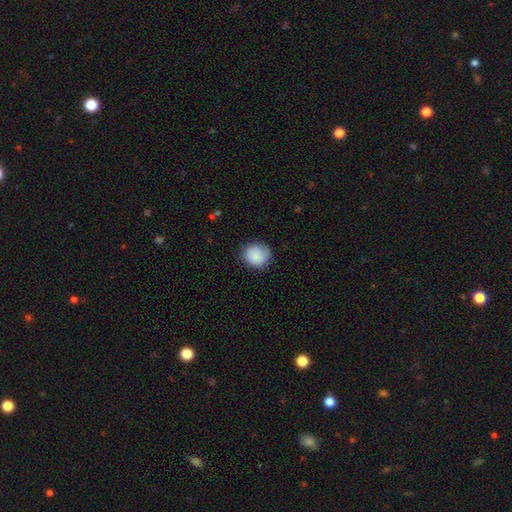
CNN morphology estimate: Q: Smooth or featured?
A: smooth (87%); runner-up: star or artifact (7%)
Q: How rounded?
A: round (84%); runner-up: in between (15%)
Q: Merging?
A: none (80%); runner-up: minor disturbance (16%)